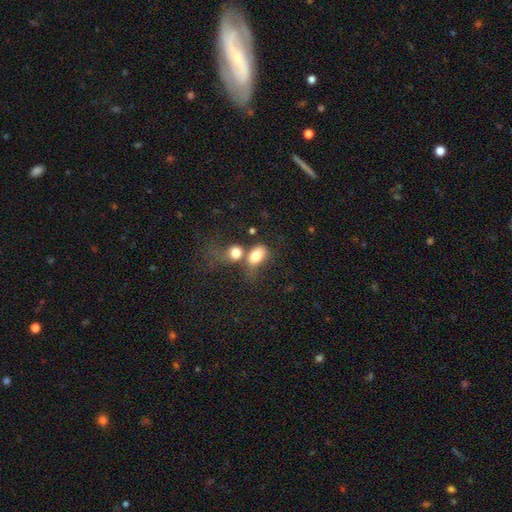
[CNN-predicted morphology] Smooth or featured?
  - smooth: 78% *
  - featured or disk: 12%
  - star or artifact: 9%
How rounded?
  - in between: 78% *
  - round: 20%
  - cigar-shaped: 2%
Merging?
  - merger: 52% *
  - none: 25%
  - major disturbance: 12%
  - minor disturbance: 11%